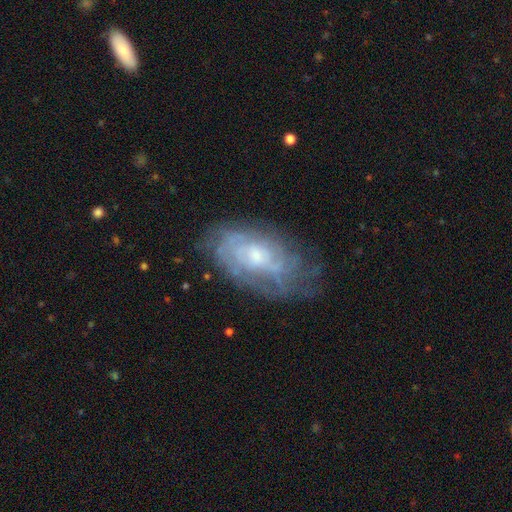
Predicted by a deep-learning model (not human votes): This appears to be a featured or disk galaxy (74%) with no bar (74%), tight (68%) spiral arms (81%) and a small central bulge (57%). Merging: none (67%).